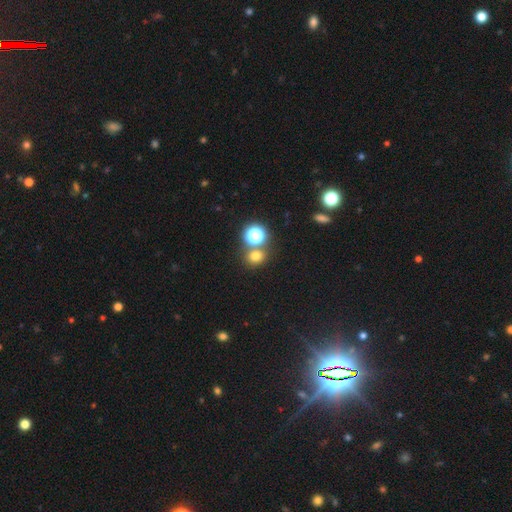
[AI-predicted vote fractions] This appears to be a smooth galaxy with no disk features (69%) that is round (74%). Merging: none (70%).